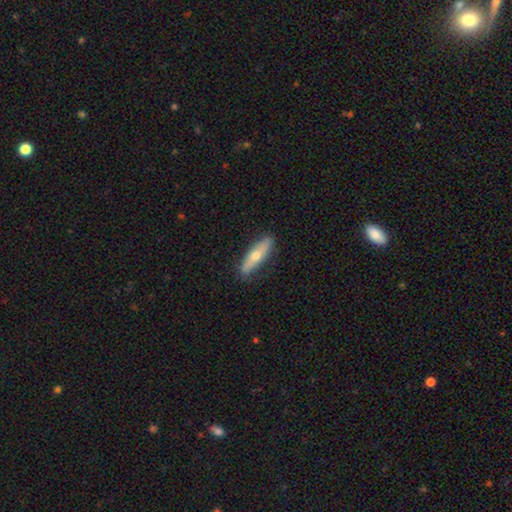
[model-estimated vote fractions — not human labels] Smooth or featured?
  - smooth: 53% *
  - featured or disk: 41%
  - star or artifact: 6%
How rounded?
  - cigar-shaped: 73% *
  - in between: 25%
  - round: 2%
Merging?
  - none: 85% *
  - minor disturbance: 12%
  - major disturbance: 2%
  - merger: 1%